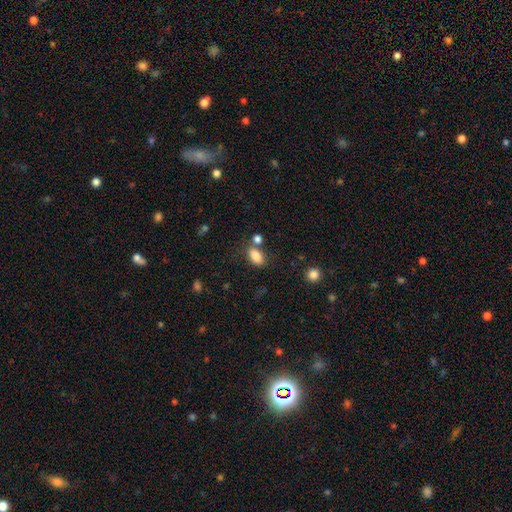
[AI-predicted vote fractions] Q: Smooth or featured?
A: smooth (86%); runner-up: star or artifact (9%)
Q: How rounded?
A: in between (89%); runner-up: round (8%)
Q: Merging?
A: none (65%); runner-up: merger (16%)